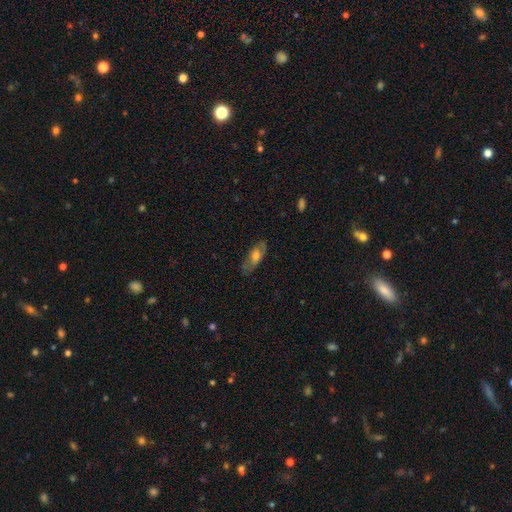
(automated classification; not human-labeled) A smooth galaxy with no disk features (55%) that is in between round and cigar-shaped (73%). Merging: none (74%).